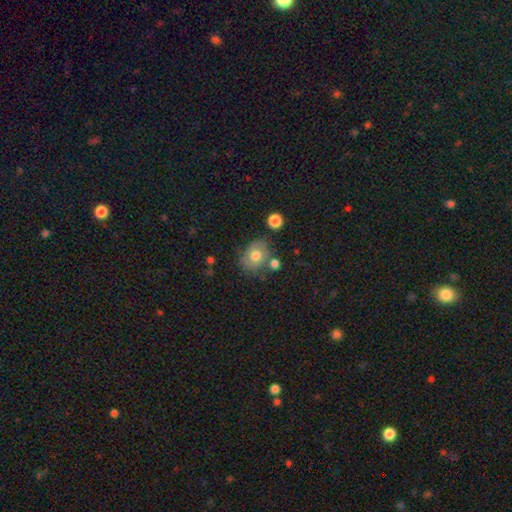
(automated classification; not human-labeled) Smooth or featured? smooth (63%)
How rounded? in between (52%)
Merging? none (56%)